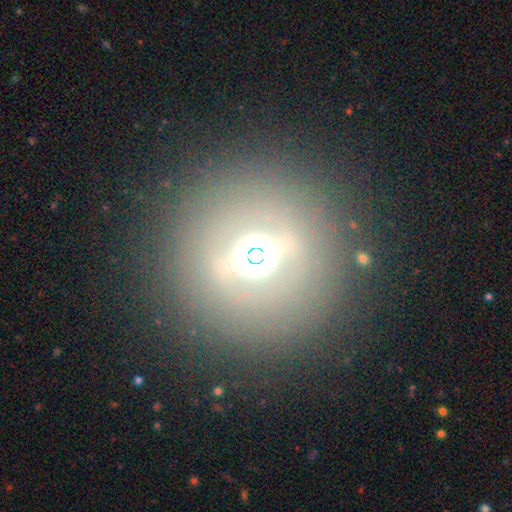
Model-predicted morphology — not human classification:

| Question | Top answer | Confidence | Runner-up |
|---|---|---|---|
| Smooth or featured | smooth | 38% | featured or disk (31%) |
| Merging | none | 84% | minor disturbance (8%) |